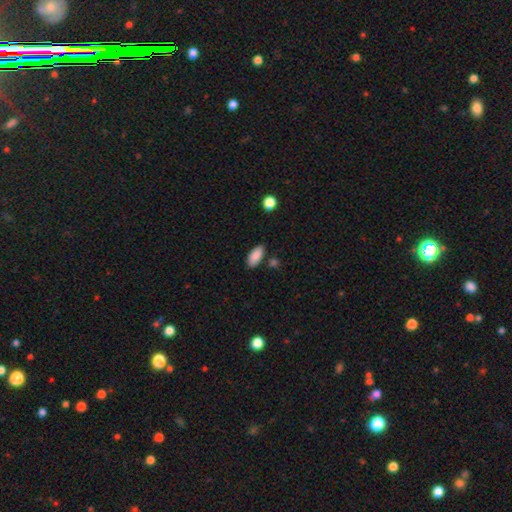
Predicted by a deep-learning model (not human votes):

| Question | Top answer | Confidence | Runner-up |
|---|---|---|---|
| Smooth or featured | smooth | 89% | star or artifact (7%) |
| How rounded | in between | 90% | cigar-shaped (8%) |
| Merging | none | 81% | minor disturbance (12%) |